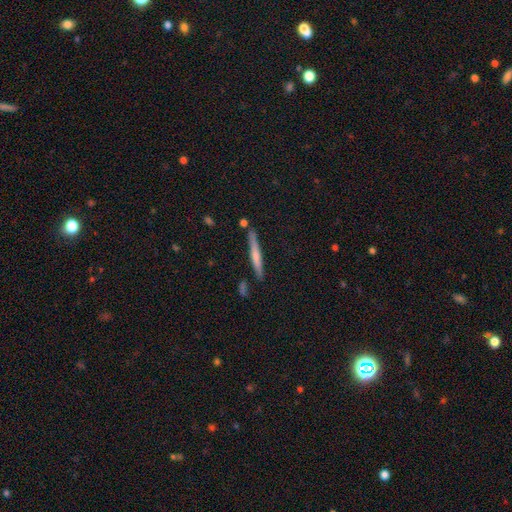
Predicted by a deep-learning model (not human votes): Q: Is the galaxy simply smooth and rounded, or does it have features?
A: smooth — 52%.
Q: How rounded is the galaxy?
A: cigar-shaped — 95%.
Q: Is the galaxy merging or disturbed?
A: none — 82%.